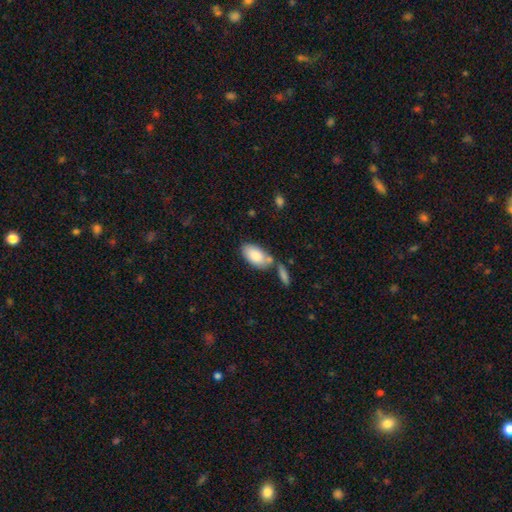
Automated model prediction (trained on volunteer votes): Q: Smooth or featured?
A: smooth (84%); runner-up: featured or disk (10%)
Q: How rounded?
A: in between (95%); runner-up: round (3%)
Q: Merging?
A: none (55%); runner-up: merger (24%)